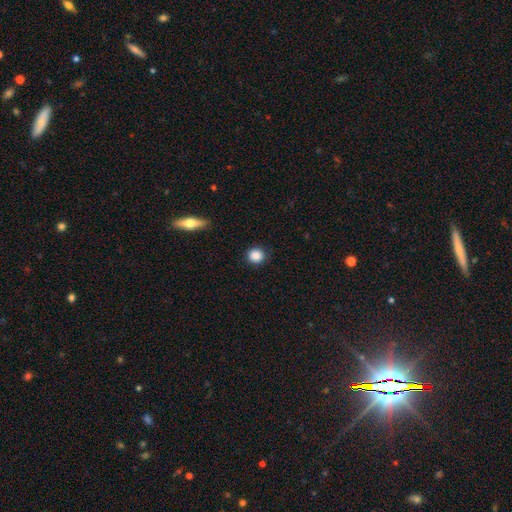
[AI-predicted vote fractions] Morphology: type=smooth (87%); roundness=round (90%); merging=none (89%).